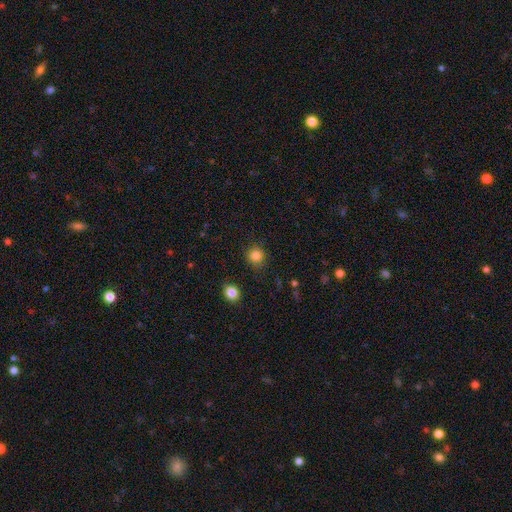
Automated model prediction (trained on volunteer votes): Smooth or featured? Predicted: smooth (p=0.84). How rounded? Predicted: round (p=0.90). Merging? Predicted: none (p=0.87).